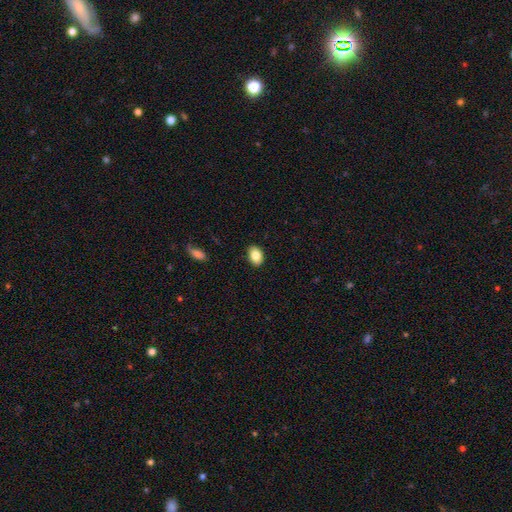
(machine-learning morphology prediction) A smooth galaxy with no disk features (85%) that is in between round and cigar-shaped (82%).

Vote fractions:
- Smooth or featured? smooth: 85% / star or artifact: 8% / featured or disk: 7%
- How rounded? in between: 82% / round: 17% / cigar-shaped: 1%
- Merging? none: 89% / minor disturbance: 8% / major disturbance: 2% / merger: 1%